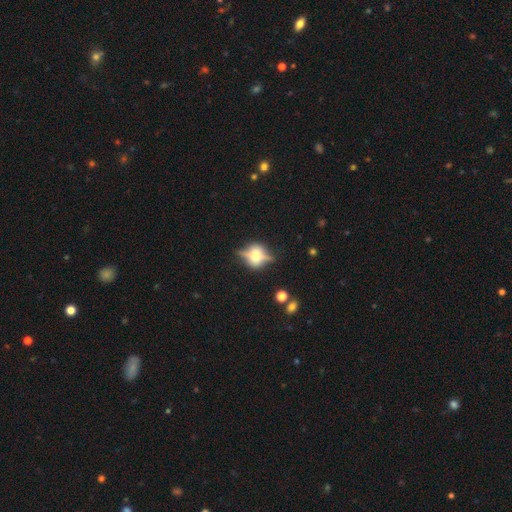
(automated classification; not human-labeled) smooth-or-featured: featured or disk: 65% | smooth: 24% | star or artifact: 11%
  disk-edge-on: yes: 88% | no: 12%
    edge-on-bulge: rounded: 93% | boxy: 6% | none: 1%
  merging: none: 74% | minor disturbance: 17% | major disturbance: 6% | merger: 3%